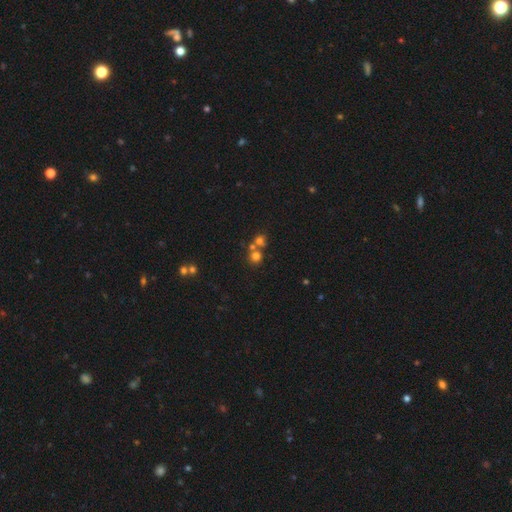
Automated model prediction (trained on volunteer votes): Smooth or featured: smooth — 69% (star or artifact — 20%)
How rounded: round — 89% (in between — 10%)
Merging: none — 53% (merger — 38%)